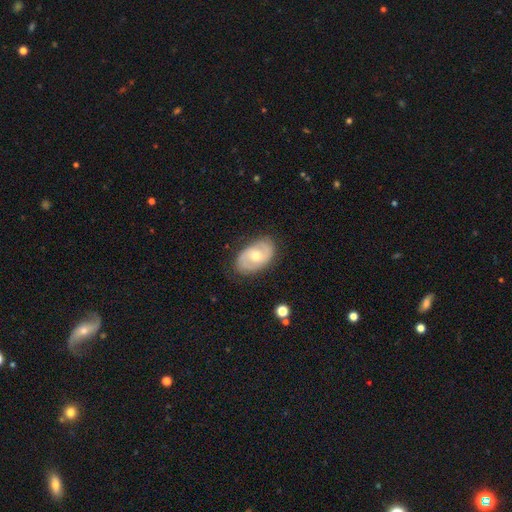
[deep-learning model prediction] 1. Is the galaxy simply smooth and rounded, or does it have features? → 67% featured or disk, 28% smooth, 6% star or artifact.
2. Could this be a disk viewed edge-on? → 95% no, 5% yes.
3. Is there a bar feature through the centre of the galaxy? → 59% no, 35% weak, 7% strong.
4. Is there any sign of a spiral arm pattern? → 79% yes, 21% no.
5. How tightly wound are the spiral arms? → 43% medium, 39% tight, 17% loose.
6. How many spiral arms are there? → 78% 2, 15% can't tell, 3% 1, 2% 3, 1% 4, 1% more than 4.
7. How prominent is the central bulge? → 68% moderate, 26% small, 4% large, 1% none, 1% dominant.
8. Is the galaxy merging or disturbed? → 79% none, 16% minor disturbance, 4% major disturbance, 1% merger.